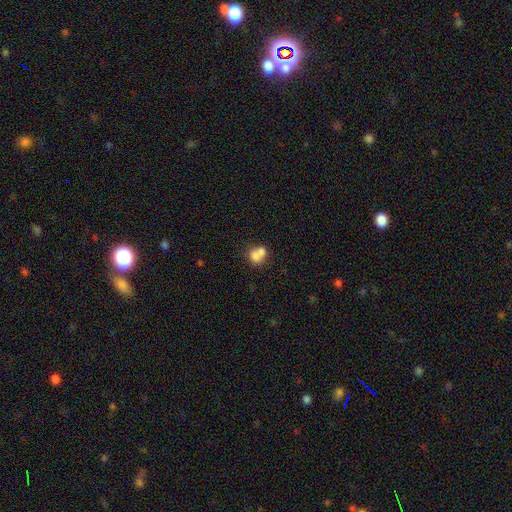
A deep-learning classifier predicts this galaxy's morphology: smooth 71%, featured or disk 18%, star or artifact 10%. Down the decision tree: how rounded — round (64%); merging — merger (59%).